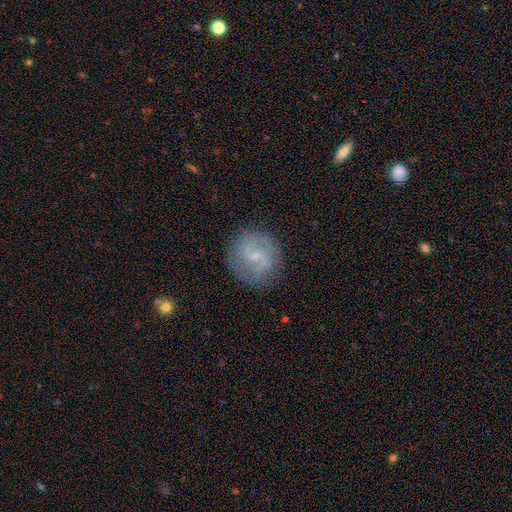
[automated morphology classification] This is likely a featured or disk galaxy (77%). It is clearly not viewed edge-on (98%). Bar: possibly weak (57%). Spiral arm pattern: clearly yes (93%). Spiral arm count: clearly 2 (84%). Spiral winding: possibly medium (50%). Central bulge: likely small (72%). Merging: clearly none (82%).